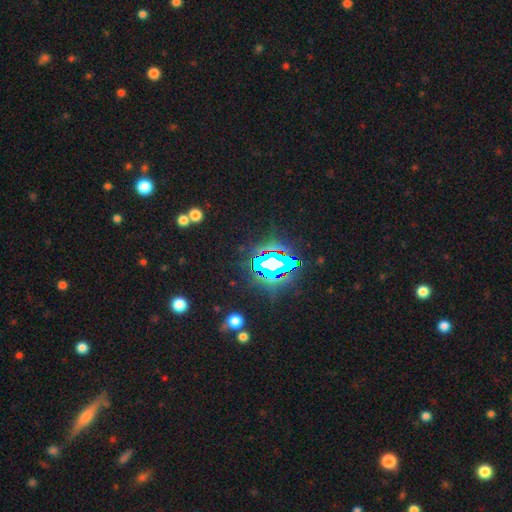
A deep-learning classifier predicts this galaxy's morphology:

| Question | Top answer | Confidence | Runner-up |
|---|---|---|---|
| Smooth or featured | star or artifact | 82% | smooth (10%) |